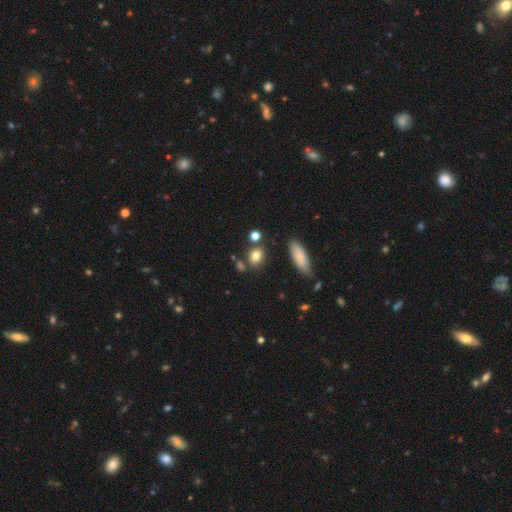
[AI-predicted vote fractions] smooth-or-featured: smooth: 79% | star or artifact: 11% | featured or disk: 10%
  how-rounded: in between: 52% | round: 44% | cigar-shaped: 3%
  merging: none: 74% | minor disturbance: 12% | merger: 11% | major disturbance: 4%